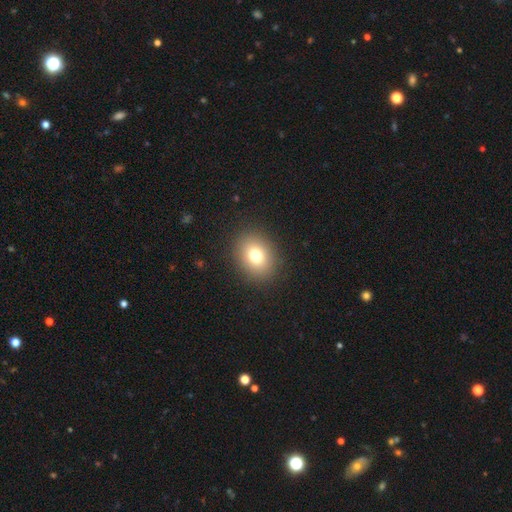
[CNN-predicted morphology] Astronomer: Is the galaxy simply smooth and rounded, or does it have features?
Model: smooth — 77%.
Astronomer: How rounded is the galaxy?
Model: round — 53% (runner-up: in between, 46%).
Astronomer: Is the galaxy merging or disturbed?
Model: none — 89%.